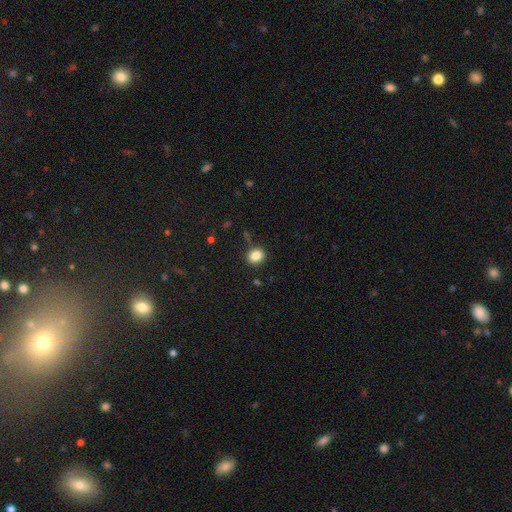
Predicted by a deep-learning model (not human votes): smooth_or_featured: smooth (p=0.85) [alt: star or artifact p=0.10]
how_rounded: round (p=0.53) [alt: in between p=0.46]
merging: none (p=0.84) [alt: minor disturbance p=0.10]